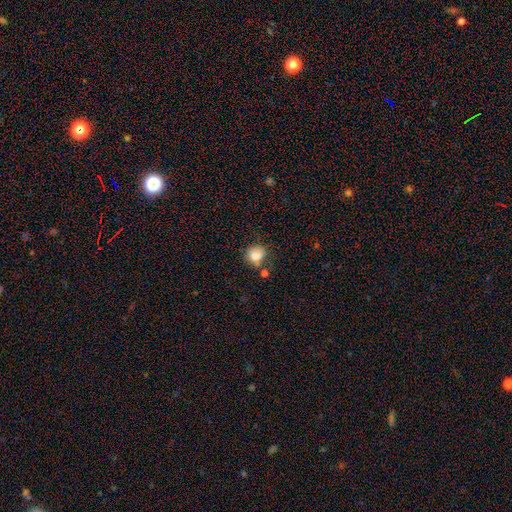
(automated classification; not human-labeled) Smooth or featured? Predicted: smooth (p=0.79). How rounded? Predicted: round (p=0.71). Merging? Predicted: none (p=0.53).